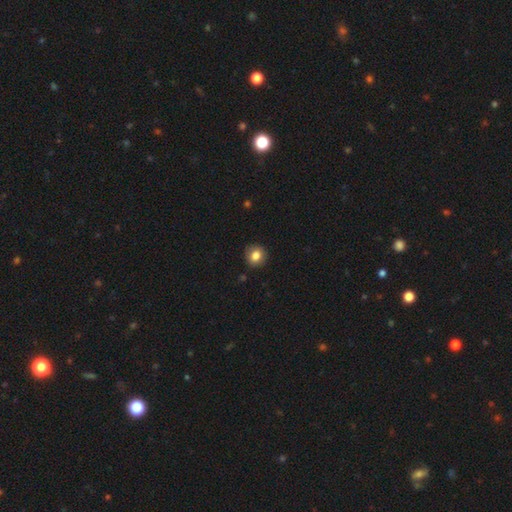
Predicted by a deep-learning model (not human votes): Overall: smooth (83%). How rounded: round (84%). Merging: none (88%).